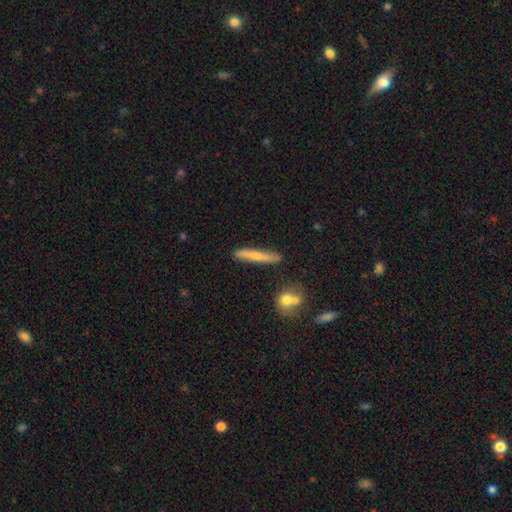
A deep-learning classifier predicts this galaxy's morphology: A smooth galaxy with no disk features (61%) that is cigar-shaped (93%).

Vote fractions:
- Smooth or featured? smooth: 61% / featured or disk: 33% / star or artifact: 6%
- How rounded? cigar-shaped: 93% / in between: 5% / round: 2%
- Merging? none: 85% / minor disturbance: 10% / merger: 3% / major disturbance: 2%